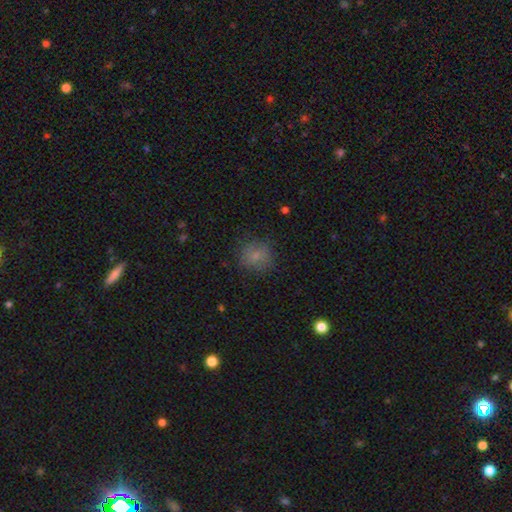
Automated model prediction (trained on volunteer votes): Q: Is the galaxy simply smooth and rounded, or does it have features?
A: smooth — 75%.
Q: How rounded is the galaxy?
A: round — 85%.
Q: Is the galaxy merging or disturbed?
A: none — 77%.